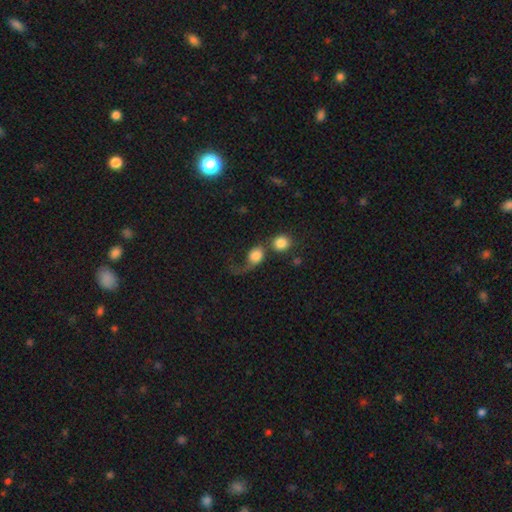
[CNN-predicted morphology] A smooth galaxy with no disk features (70%) that is round (57%).

Vote fractions:
- Smooth or featured? smooth: 70% / featured or disk: 21% / star or artifact: 9%
- How rounded? round: 57% / in between: 40% / cigar-shaped: 2%
- Merging? merger: 39% / major disturbance: 32% / none: 18% / minor disturbance: 11%